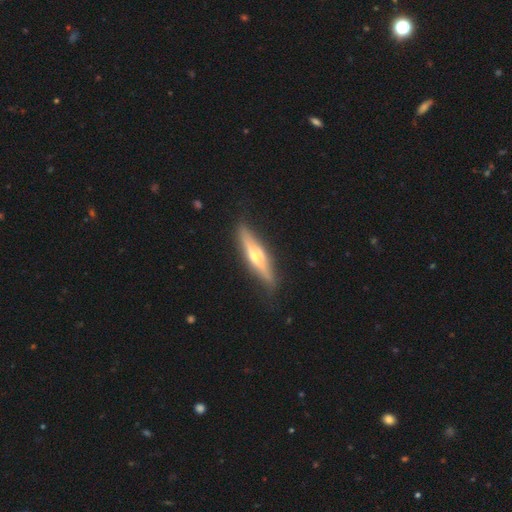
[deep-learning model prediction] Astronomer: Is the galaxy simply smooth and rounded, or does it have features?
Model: featured or disk — 69%.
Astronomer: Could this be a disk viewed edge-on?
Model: yes — 94%.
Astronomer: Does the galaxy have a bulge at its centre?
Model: rounded — 90%.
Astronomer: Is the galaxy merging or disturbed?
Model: none — 86%.